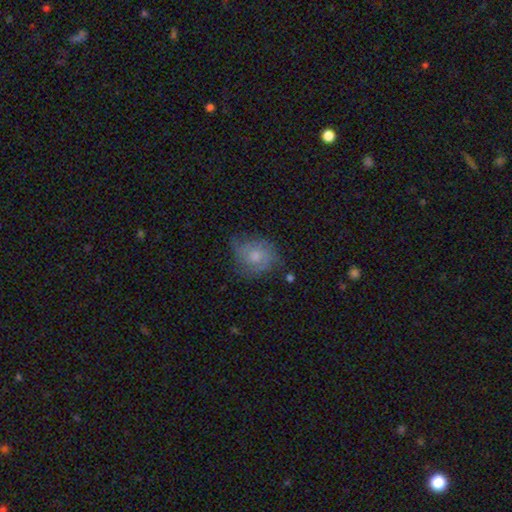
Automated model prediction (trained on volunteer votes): The model was most divided on "smooth or featured": featured or disk: 48%, smooth: 43%, star or artifact: 9%. More confident: merging — none (58%).